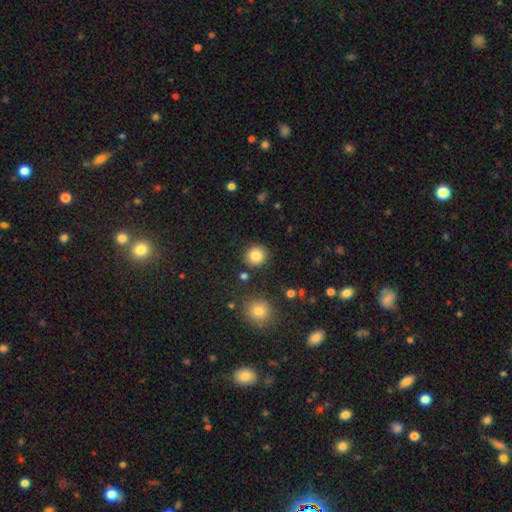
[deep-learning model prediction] Morphology: type=smooth (85%); roundness=round (91%); merging=none (88%).